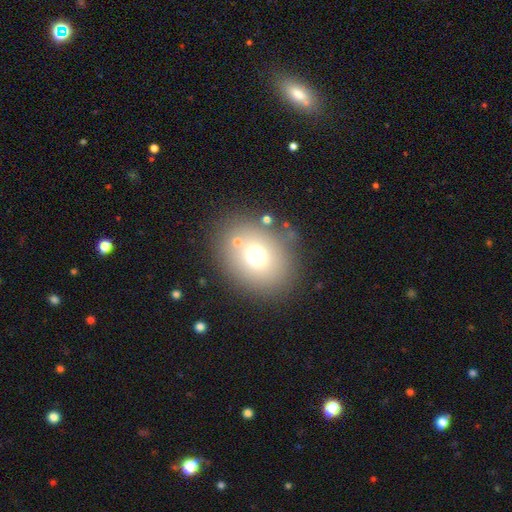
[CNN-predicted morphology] A smooth galaxy with no disk features (69%) that is round (56%). Merging: none (78%).